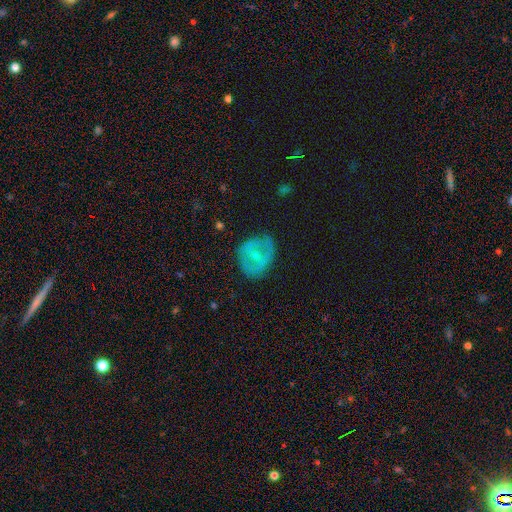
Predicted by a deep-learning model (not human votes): A smooth galaxy with no disk features (49%). Merging: none (66%).